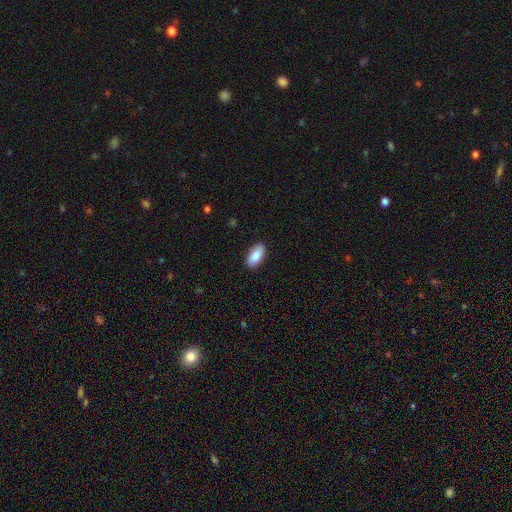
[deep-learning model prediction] Q: Smooth or featured?
A: smooth (86%); runner-up: featured or disk (8%)
Q: How rounded?
A: in between (92%); runner-up: cigar-shaped (6%)
Q: Merging?
A: none (89%); runner-up: minor disturbance (8%)